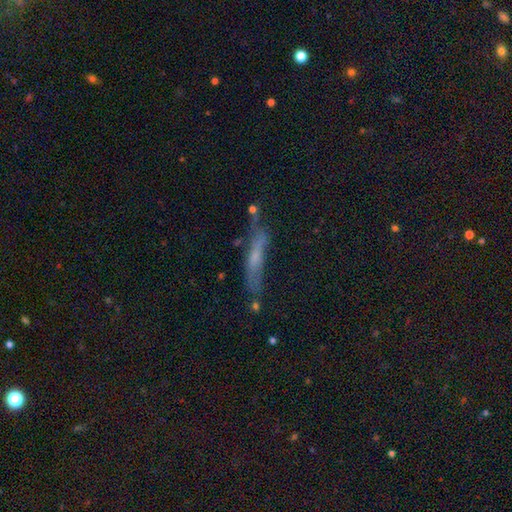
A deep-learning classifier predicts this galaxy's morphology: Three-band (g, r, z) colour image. It shows a smooth galaxy with no disk features (44%). Merging: none (60%).